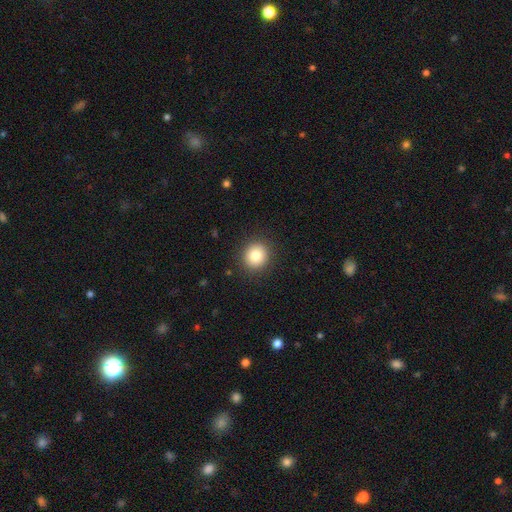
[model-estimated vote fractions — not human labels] smooth 83%, star or artifact 10%, featured or disk 8%. Down the decision tree: how rounded — round (87%); merging — none (90%).